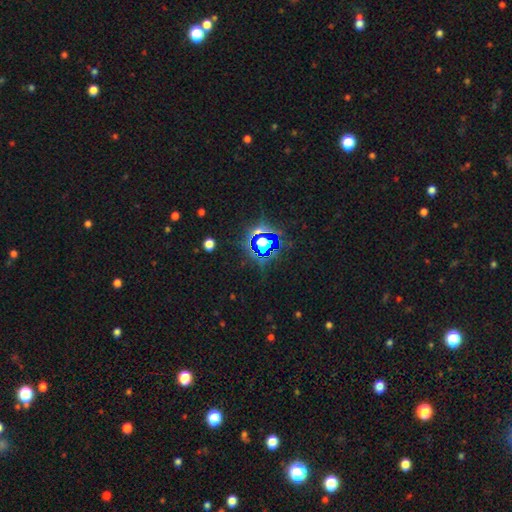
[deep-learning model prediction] Smooth or featured? star or artifact (81%)